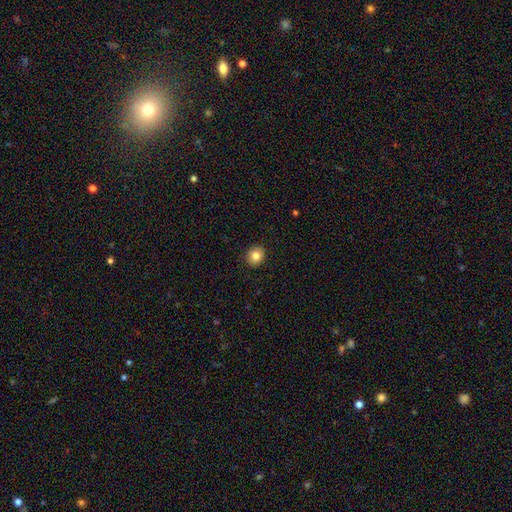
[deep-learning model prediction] smooth_or_featured: smooth (p=0.83) [alt: star or artifact p=0.09]
how_rounded: round (p=0.69) [alt: in between p=0.30]
merging: none (p=0.90) [alt: minor disturbance p=0.07]